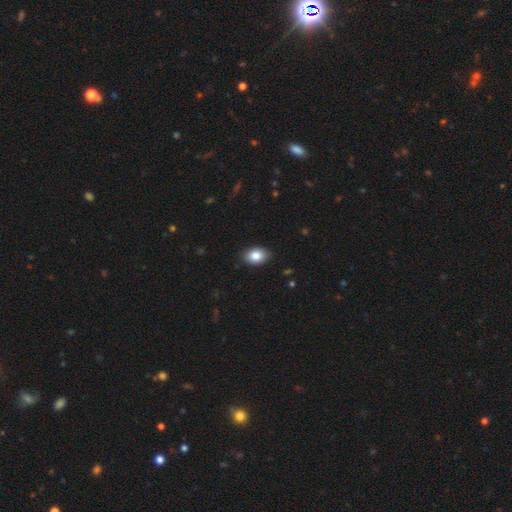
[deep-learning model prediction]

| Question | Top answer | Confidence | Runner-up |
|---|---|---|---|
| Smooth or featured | smooth | 85% | star or artifact (8%) |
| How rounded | in between | 83% | round (16%) |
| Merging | none | 86% | minor disturbance (11%) |